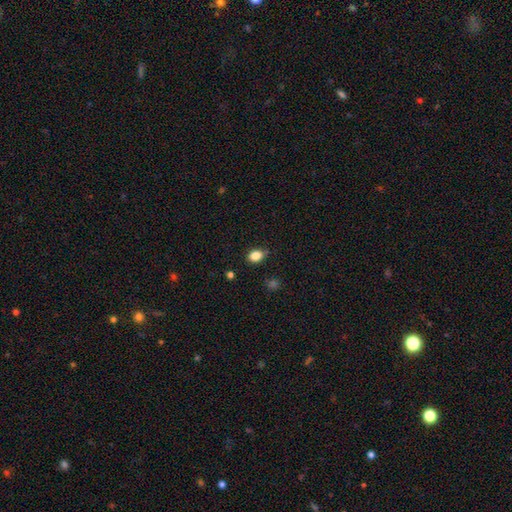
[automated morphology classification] The model was most divided on "how rounded": in between: 71%, round: 28%, cigar-shaped: 1%. More confident: smooth or featured — smooth (85%); merging — none (77%).